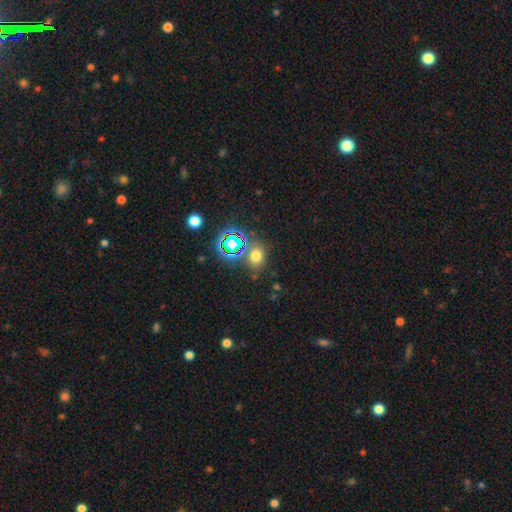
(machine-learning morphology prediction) smooth-or-featured: smooth: 60% | star or artifact: 32% | featured or disk: 8%
  how-rounded: round: 57% | in between: 41% | cigar-shaped: 1%
  merging: none: 73% | minor disturbance: 11% | merger: 11% | major disturbance: 5%